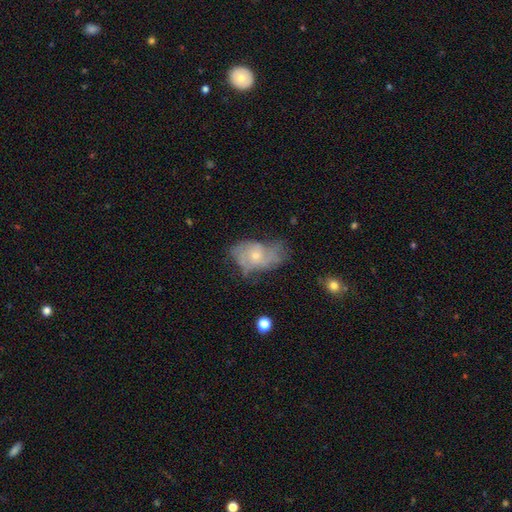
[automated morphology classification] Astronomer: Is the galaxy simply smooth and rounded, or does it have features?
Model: featured or disk — 61%.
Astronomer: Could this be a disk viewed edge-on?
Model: no — 96%.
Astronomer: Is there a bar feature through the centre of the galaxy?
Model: no — 80%.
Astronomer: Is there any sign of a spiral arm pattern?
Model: yes — 71%.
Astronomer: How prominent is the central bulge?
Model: small — 65%.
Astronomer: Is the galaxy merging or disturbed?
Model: none — 41% (runner-up: minor disturbance, 33%).